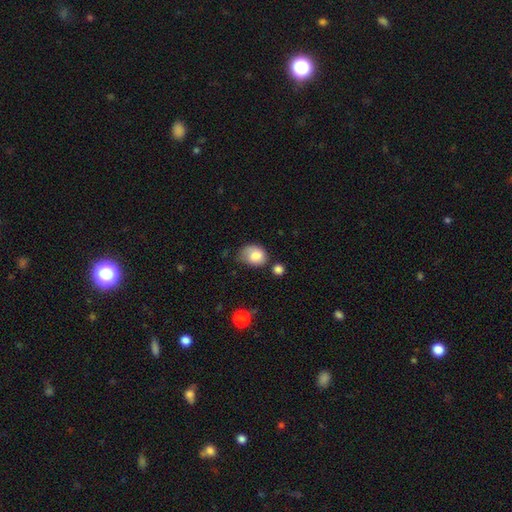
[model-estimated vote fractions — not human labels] Overall: smooth (79%). How rounded: in between (59%; round 40%). Merging: none (39%, tied with minor disturbance).